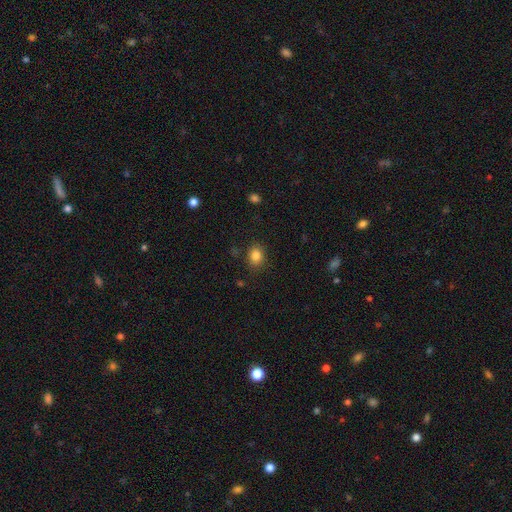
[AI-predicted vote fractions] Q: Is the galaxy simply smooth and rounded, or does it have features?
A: smooth — 84%.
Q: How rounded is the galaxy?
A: round — 55%.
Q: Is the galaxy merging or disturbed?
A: none — 85%.